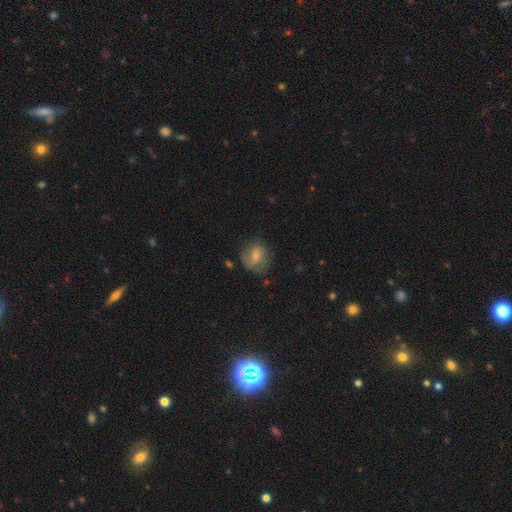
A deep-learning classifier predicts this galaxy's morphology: smooth-or-featured: featured or disk: 46% | smooth: 39% | star or artifact: 15%
  merging: none: 65% | minor disturbance: 23% | major disturbance: 10% | merger: 2%